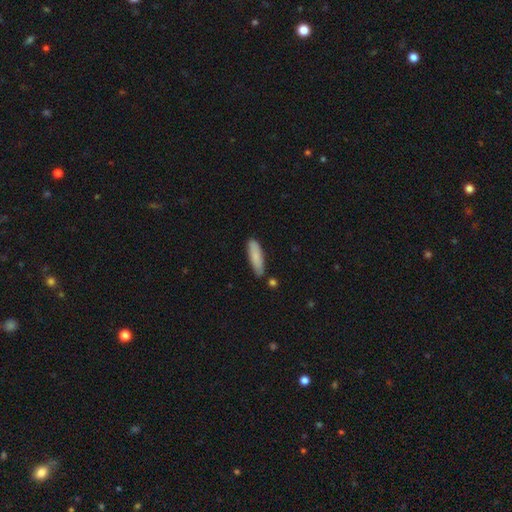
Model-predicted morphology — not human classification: The model was most divided on "how rounded": cigar-shaped: 65%, in between: 34%, round: 1%. More confident: smooth or featured — smooth (84%); merging — none (79%).